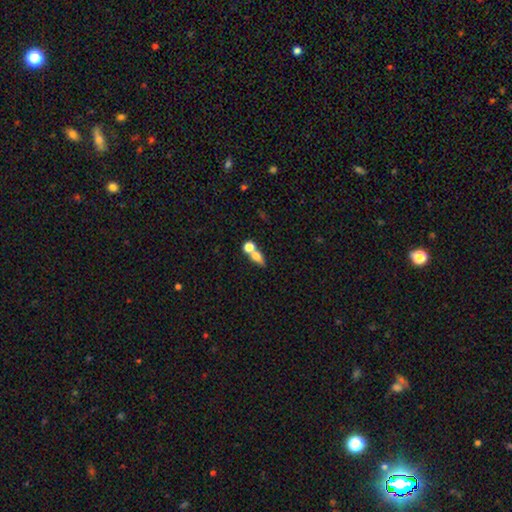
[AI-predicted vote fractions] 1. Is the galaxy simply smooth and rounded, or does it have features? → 68% smooth, 21% featured or disk, 11% star or artifact.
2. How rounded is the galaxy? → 54% in between, 33% round, 14% cigar-shaped.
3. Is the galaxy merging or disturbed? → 56% merger, 31% none, 8% minor disturbance, 5% major disturbance.